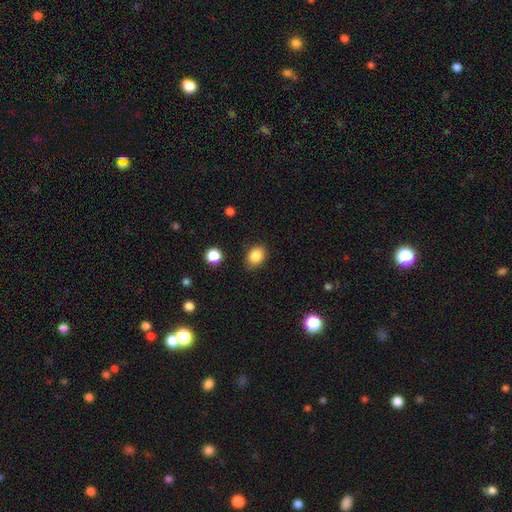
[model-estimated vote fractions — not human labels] smooth 85%, star or artifact 9%, featured or disk 5%. Down the decision tree: how rounded — in between (63%); merging — none (82%).